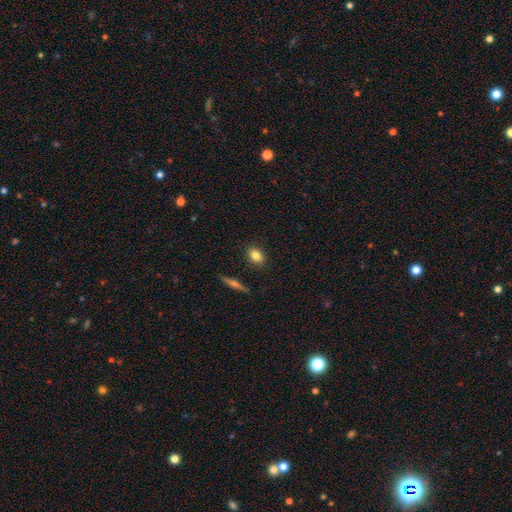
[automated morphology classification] The model was most divided on "how rounded": in between: 61%, round: 35%, cigar-shaped: 4%. More confident: merging — none (88%); smooth or featured — smooth (81%).